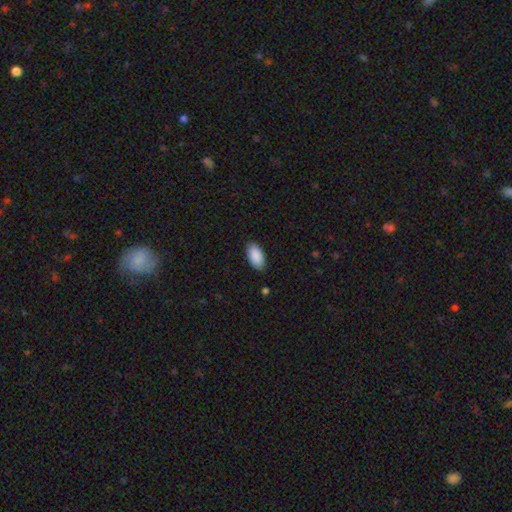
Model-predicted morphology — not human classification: The model was most divided on "merging": none: 87%, minor disturbance: 10%, major disturbance: 2%, merger: 1%. More confident: how rounded — in between (95%); smooth or featured — smooth (90%).